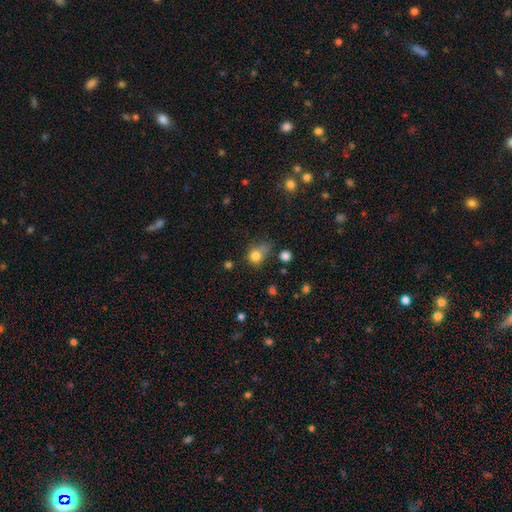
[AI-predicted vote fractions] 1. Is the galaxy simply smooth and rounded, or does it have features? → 79% smooth, 13% star or artifact, 9% featured or disk.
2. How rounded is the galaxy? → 69% round, 30% in between, 1% cigar-shaped.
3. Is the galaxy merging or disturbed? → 42% none, 30% minor disturbance, 16% major disturbance, 12% merger.